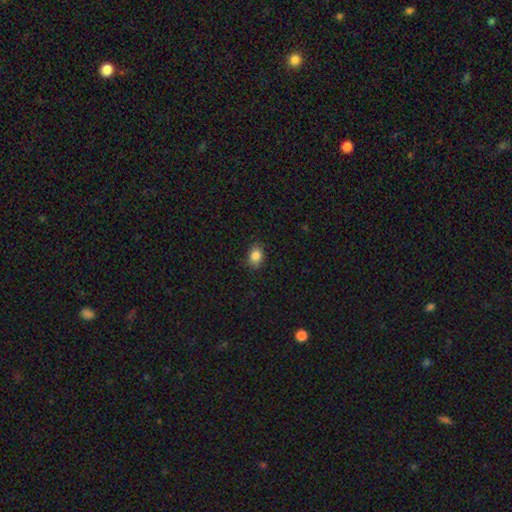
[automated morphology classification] Smooth or featured: smooth — 85% (star or artifact — 10%)
How rounded: in between — 62% (round — 37%)
Merging: none — 86% (minor disturbance — 11%)